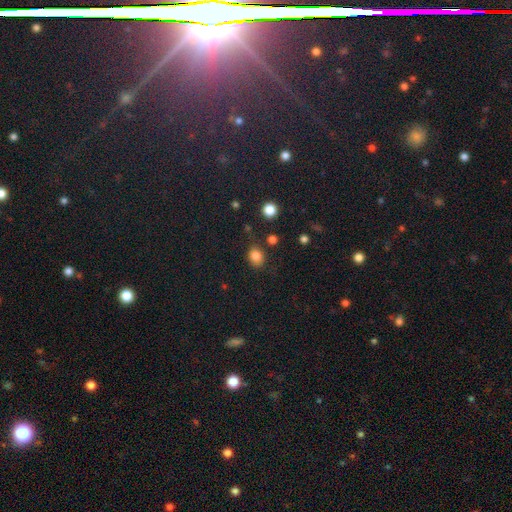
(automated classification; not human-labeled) Overall: smooth (82%). How rounded: round (58%; in between 41%). Merging: none (77%).